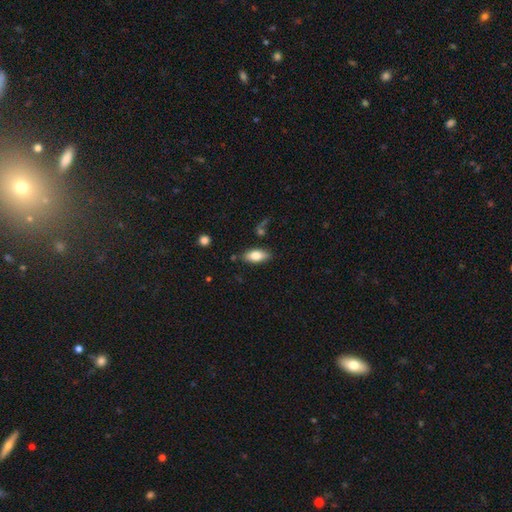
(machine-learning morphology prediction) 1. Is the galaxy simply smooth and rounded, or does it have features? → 77% smooth, 17% featured or disk, 7% star or artifact.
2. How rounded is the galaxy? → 86% in between, 12% cigar-shaped, 3% round.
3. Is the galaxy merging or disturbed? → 81% none, 13% minor disturbance, 3% merger, 3% major disturbance.